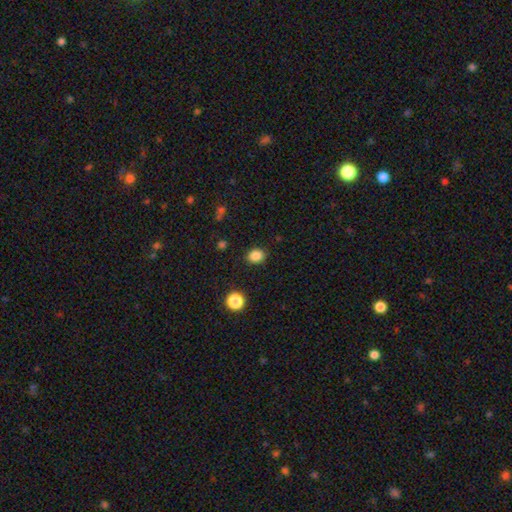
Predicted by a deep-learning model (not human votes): The model was most divided on "how rounded": round: 54%, in between: 45%, cigar-shaped: 1%. More confident: merging — none (87%); smooth or featured — smooth (85%).